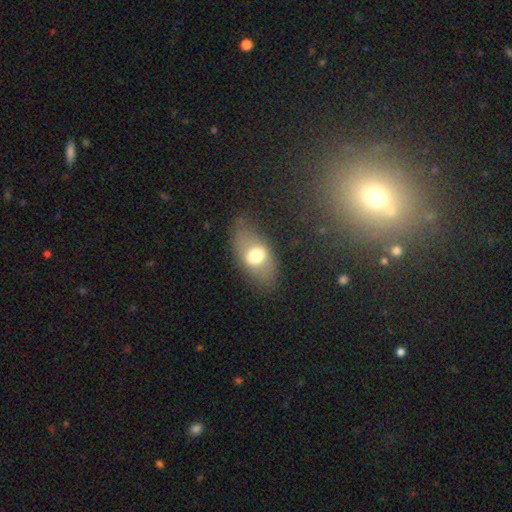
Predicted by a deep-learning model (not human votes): This appears to be a smooth galaxy with no disk features (62%) that is in between round and cigar-shaped (83%). Merging: none (68%).